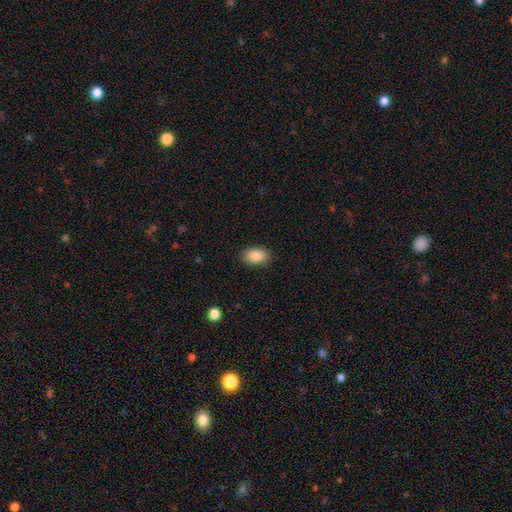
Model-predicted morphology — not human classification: Smooth or featured? smooth (87%)
How rounded? in between (89%)
Merging? none (88%)